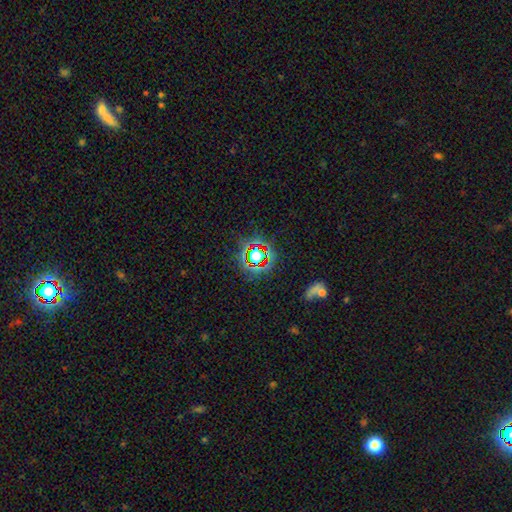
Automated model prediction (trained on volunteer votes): This appears to be a star or artifact, not a galaxy (67%).